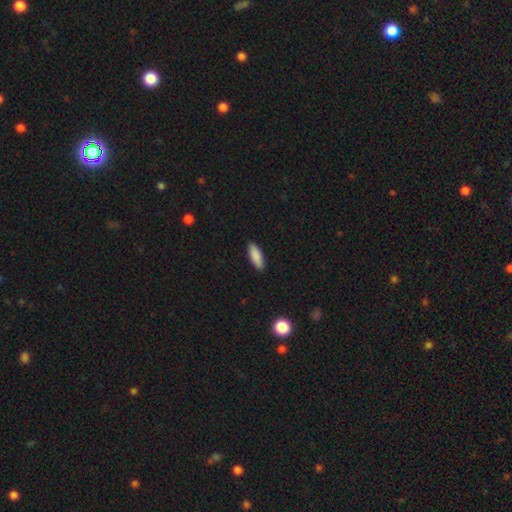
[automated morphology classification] smooth-or-featured: smooth: 88% | star or artifact: 6% | featured or disk: 6%
  how-rounded: in between: 66% | cigar-shaped: 32% | round: 2%
  merging: none: 89% | minor disturbance: 8% | major disturbance: 2% | merger: 1%